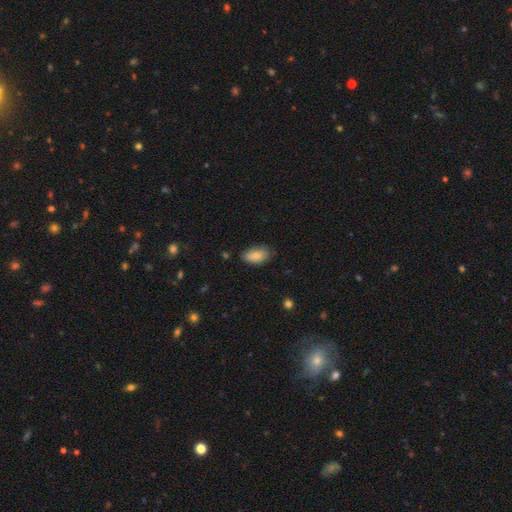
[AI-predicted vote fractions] Smooth or featured: smooth — 85% (featured or disk — 8%)
How rounded: in between — 92% (round — 4%)
Merging: none — 74% (minor disturbance — 21%)